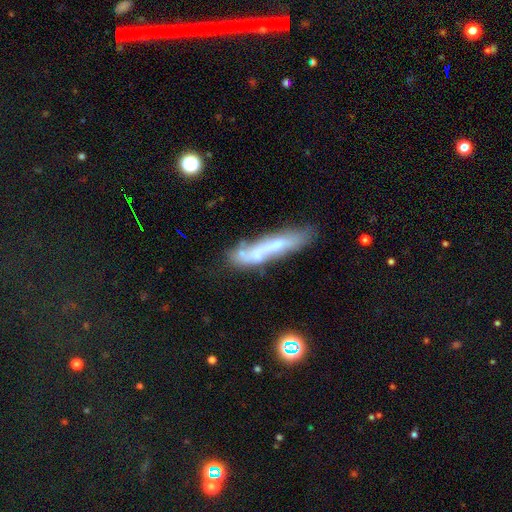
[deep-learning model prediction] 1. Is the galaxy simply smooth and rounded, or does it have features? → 47% smooth, 44% featured or disk, 8% star or artifact.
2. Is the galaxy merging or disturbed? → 36% none, 29% merger, 20% minor disturbance, 16% major disturbance.